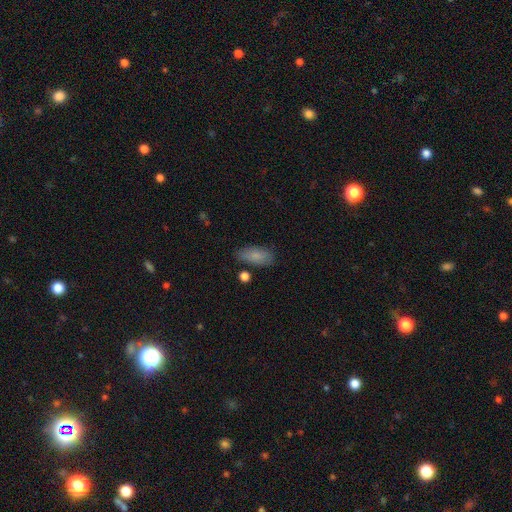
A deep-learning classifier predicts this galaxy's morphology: Overall: smooth (85%). How rounded: in between (87%). Merging: none (77%).